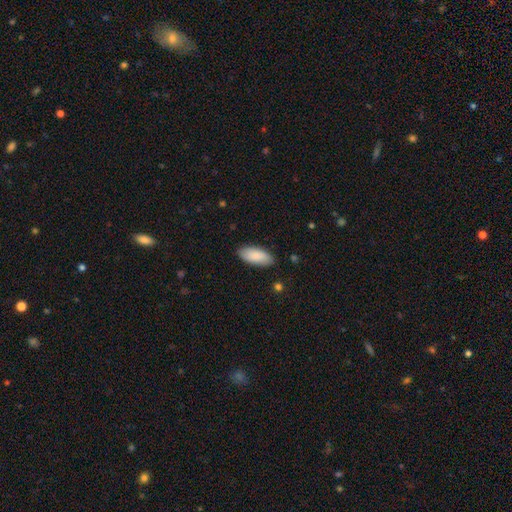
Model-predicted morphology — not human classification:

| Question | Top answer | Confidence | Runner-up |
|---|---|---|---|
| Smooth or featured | smooth | 89% | featured or disk (6%) |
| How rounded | in between | 87% | cigar-shaped (11%) |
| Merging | none | 87% | minor disturbance (10%) |